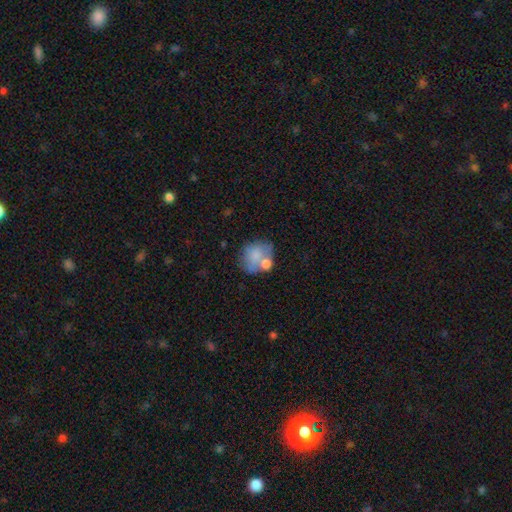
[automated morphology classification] Overall: smooth (68%). How rounded: round (59%; in between 40%). Merging: none (39%; merger 32%).